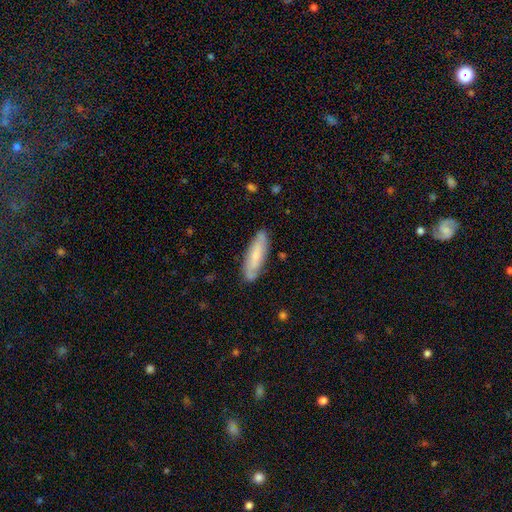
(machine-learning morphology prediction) Smooth or featured? smooth (55%)
How rounded? cigar-shaped (57%)
Merging? none (80%)